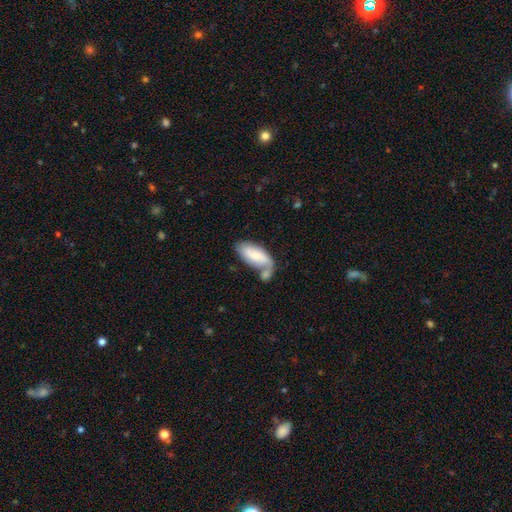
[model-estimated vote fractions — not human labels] Smooth or featured?
  - smooth: 65% *
  - featured or disk: 30%
  - star or artifact: 6%
How rounded?
  - in between: 85% *
  - cigar-shaped: 12%
  - round: 2%
Merging?
  - merger: 36% *
  - none: 32%
  - minor disturbance: 20%
  - major disturbance: 13%